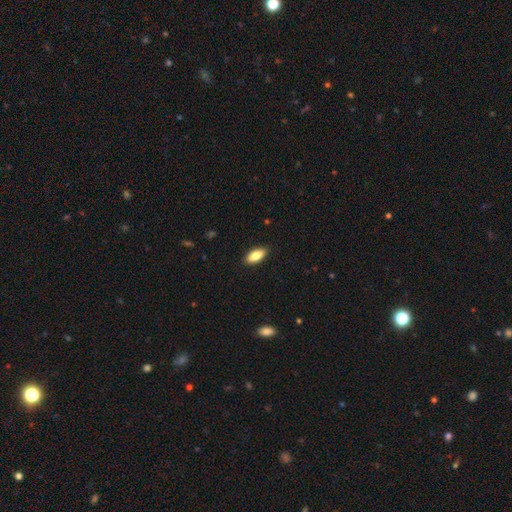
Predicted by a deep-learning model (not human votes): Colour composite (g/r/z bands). It shows a smooth galaxy with no disk features (83%) that is in between round and cigar-shaped (83%). Merging: none (89%).